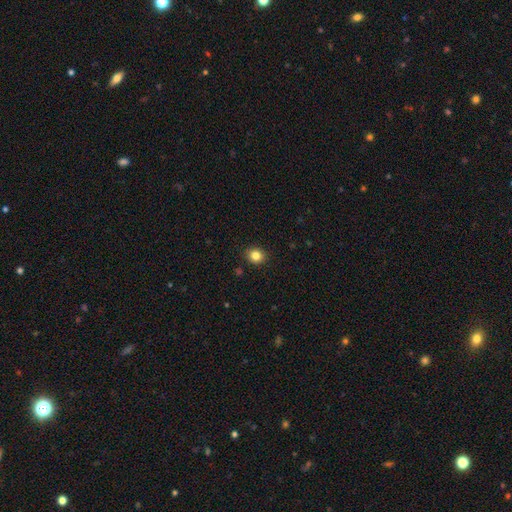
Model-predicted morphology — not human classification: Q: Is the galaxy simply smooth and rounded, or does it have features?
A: smooth — 83%.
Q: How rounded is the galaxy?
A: round — 80%.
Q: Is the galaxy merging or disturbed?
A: none — 91%.